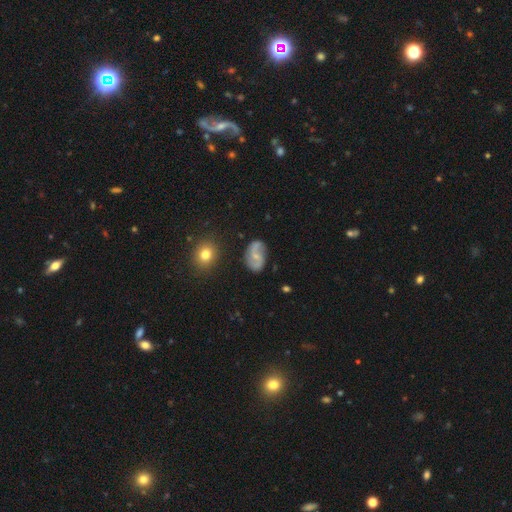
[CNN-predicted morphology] Overall: featured or disk (69%). Edge-on disk: no (97%). Bar: no (54%; weak 39%). Spiral arms: yes (89%). Spiral arm count: 2 (86%). Spiral winding: loose (45%; medium 39%). Bulge size: small (68%). Merging: none (72%).